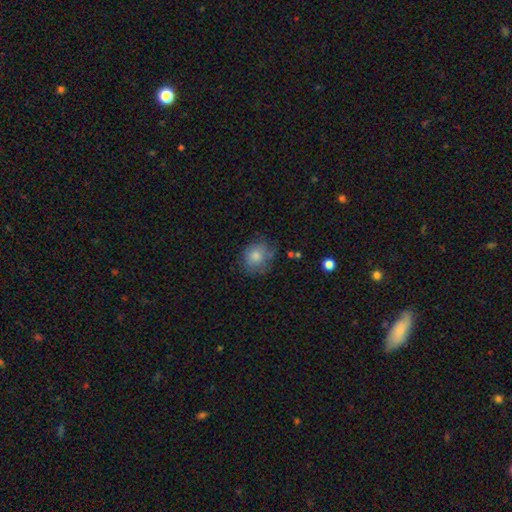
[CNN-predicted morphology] Smooth or featured?
  - smooth: 78% *
  - featured or disk: 12%
  - star or artifact: 10%
How rounded?
  - round: 71% *
  - in between: 28%
  - cigar-shaped: 1%
Merging?
  - none: 69% *
  - minor disturbance: 22%
  - major disturbance: 6%
  - merger: 2%